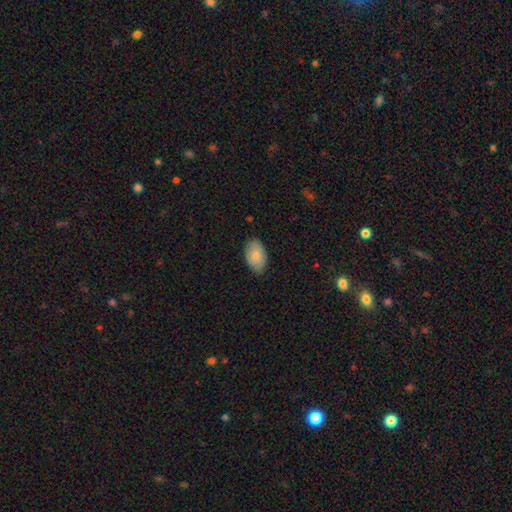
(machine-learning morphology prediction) smooth_or_featured: smooth (p=0.82) [alt: featured or disk p=0.12]
how_rounded: in between (p=0.92) [alt: round p=0.07]
merging: none (p=0.77) [alt: minor disturbance p=0.19]